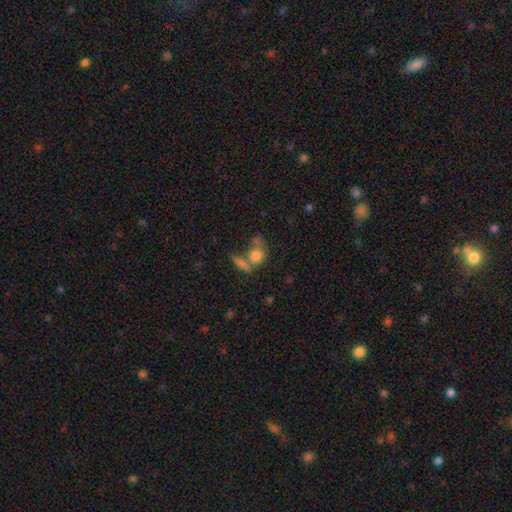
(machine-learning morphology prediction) Smooth or featured: smooth — 76% (featured or disk — 14%)
How rounded: in between — 48% (round — 45%)
Merging: merger — 39% (none — 38%)